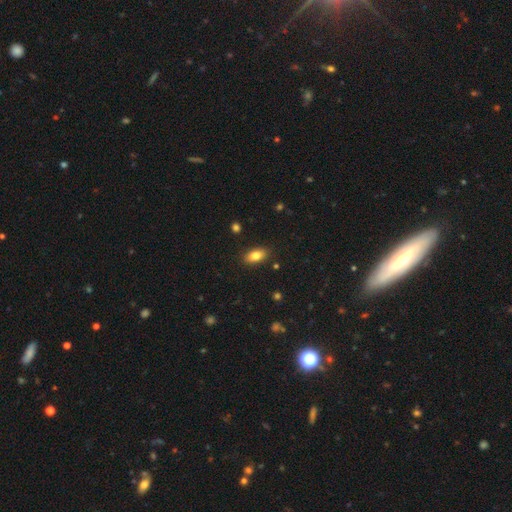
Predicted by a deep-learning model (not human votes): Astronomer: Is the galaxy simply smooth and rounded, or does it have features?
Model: smooth — 83%.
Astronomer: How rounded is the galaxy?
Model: in between — 90%.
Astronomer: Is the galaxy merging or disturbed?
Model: none — 87%.